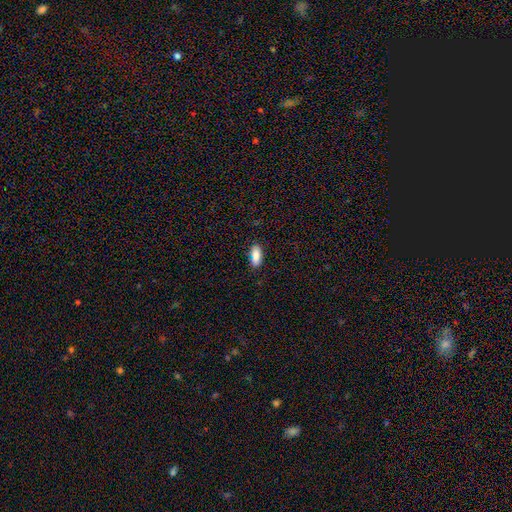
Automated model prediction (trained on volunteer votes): This appears to be a smooth galaxy with no disk features (87%) that is in between round and cigar-shaped (81%). Merging: none (84%).